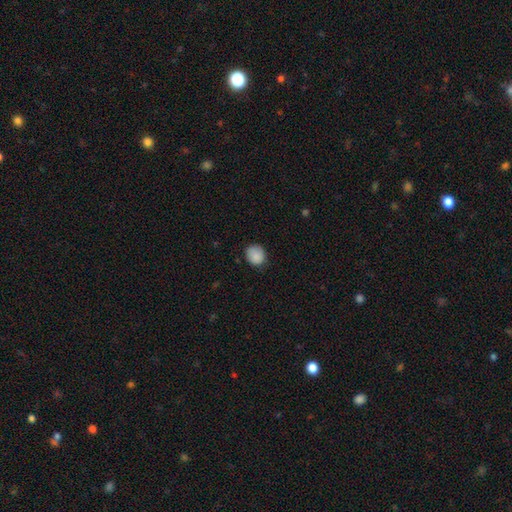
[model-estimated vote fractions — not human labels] A smooth galaxy with no disk features (87%) that is round (77%).

Vote fractions:
- Smooth or featured? smooth: 87% / star or artifact: 8% / featured or disk: 5%
- How rounded? round: 77% / in between: 22% / cigar-shaped: 1%
- Merging? none: 79% / minor disturbance: 17% / major disturbance: 3% / merger: 1%